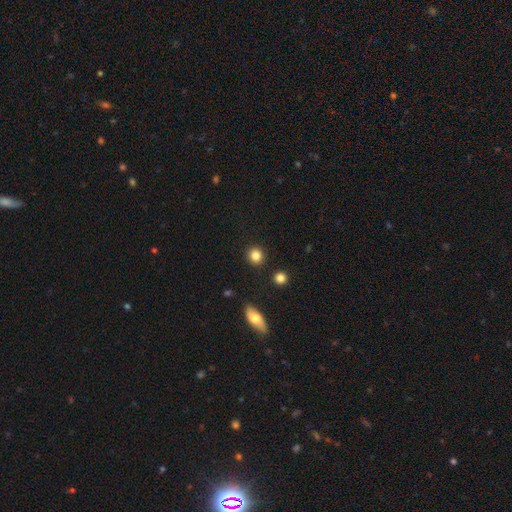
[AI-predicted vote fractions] Smooth or featured: smooth — 85% (star or artifact — 10%)
How rounded: round — 88% (in between — 11%)
Merging: none — 90% (minor disturbance — 6%)